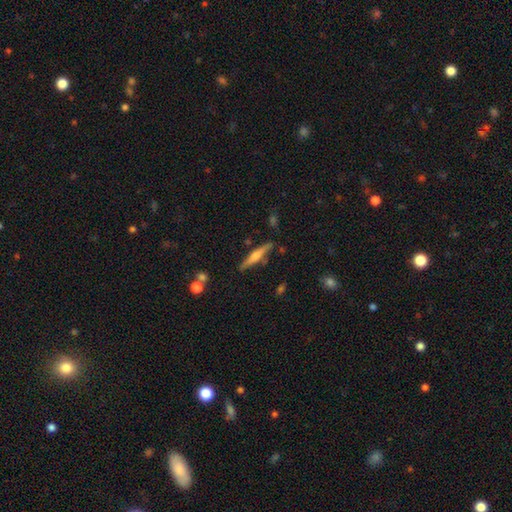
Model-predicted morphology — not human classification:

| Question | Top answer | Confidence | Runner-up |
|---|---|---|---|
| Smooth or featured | featured or disk | 62% | smooth (31%) |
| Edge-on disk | yes | 97% | no (3%) |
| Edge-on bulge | rounded | 80% | boxy (11%) |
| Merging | none | 84% | minor disturbance (11%) |